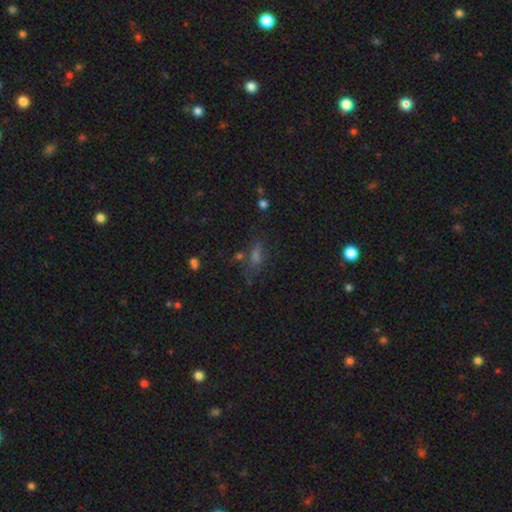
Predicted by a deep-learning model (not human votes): This appears to be a smooth galaxy with no disk features (48%). Merging: none (63%).